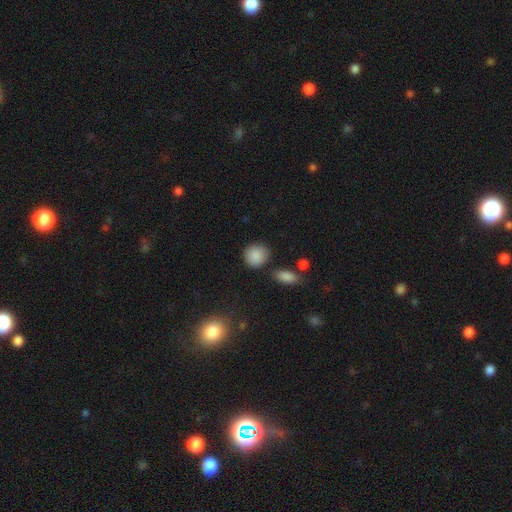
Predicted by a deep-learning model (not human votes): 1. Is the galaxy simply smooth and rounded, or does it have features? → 88% smooth, 8% star or artifact, 4% featured or disk.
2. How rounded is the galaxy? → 84% round, 15% in between, 1% cigar-shaped.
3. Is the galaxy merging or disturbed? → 80% none, 12% minor disturbance, 4% merger, 3% major disturbance.